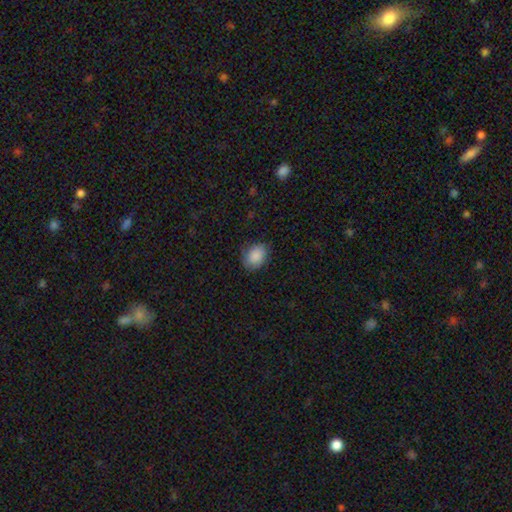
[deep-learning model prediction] A smooth galaxy with no disk features (88%) that is in between round and cigar-shaped (69%).

Vote fractions:
- Smooth or featured? smooth: 88% / star or artifact: 7% / featured or disk: 5%
- How rounded? in between: 69% / round: 30% / cigar-shaped: 1%
- Merging? none: 77% / minor disturbance: 18% / major disturbance: 4% / merger: 1%